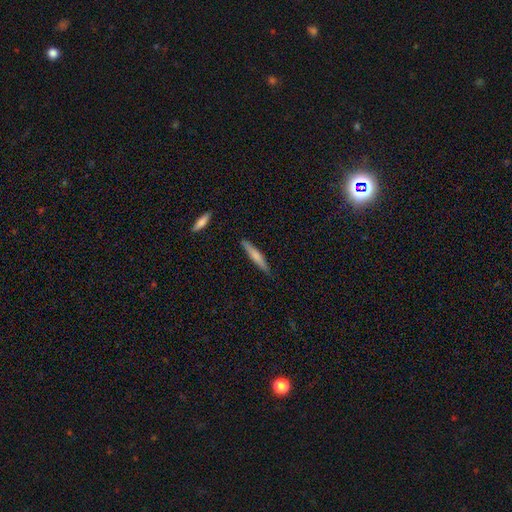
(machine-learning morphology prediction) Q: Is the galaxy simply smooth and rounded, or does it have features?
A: smooth — 66%.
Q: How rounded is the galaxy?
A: cigar-shaped — 93%.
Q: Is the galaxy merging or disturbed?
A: none — 86%.